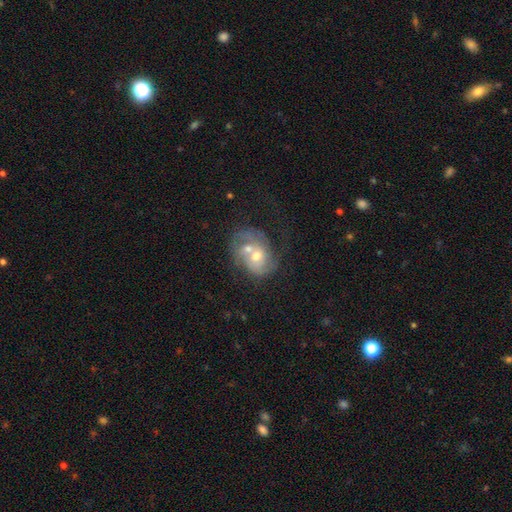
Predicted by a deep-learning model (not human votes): A featured or disk galaxy (66%) with no bar (75%), spiral arms (71%) and a moderate central bulge (65%).

Vote fractions:
- Smooth or featured? featured or disk: 66% / smooth: 26% / star or artifact: 8%
- Edge-on disk? no: 97% / yes: 3%
- Bar? no: 75% / weak: 21% / strong: 4%
- Spiral arms? yes: 71% / no: 29%
- Bulge size? moderate: 65% / small: 27% / large: 5% / none: 2% / dominant: 1%
- Merging? merger: 53% / none: 23% / major disturbance: 12% / minor disturbance: 12%